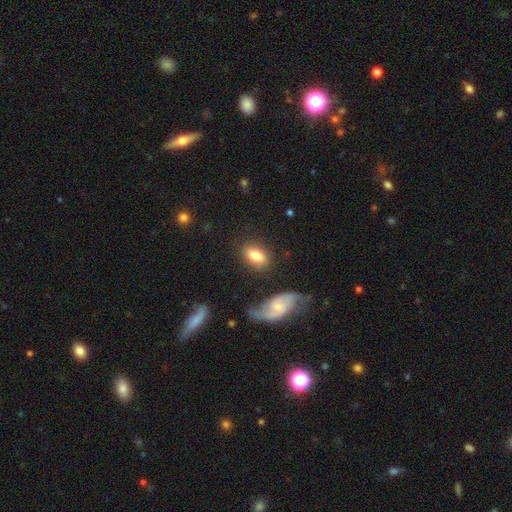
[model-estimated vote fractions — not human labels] smooth-or-featured: smooth: 74% | featured or disk: 19% | star or artifact: 7%
  how-rounded: in between: 86% | round: 9% | cigar-shaped: 5%
  merging: none: 74% | minor disturbance: 15% | merger: 6% | major disturbance: 5%